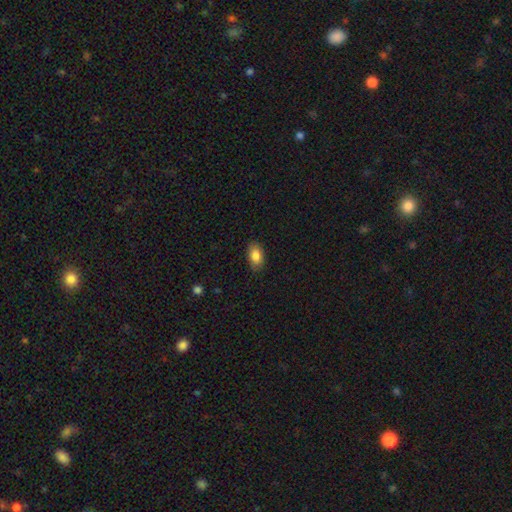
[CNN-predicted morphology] Smooth or featured: smooth — 86% (star or artifact — 7%)
How rounded: in between — 91% (round — 7%)
Merging: none — 85% (minor disturbance — 12%)